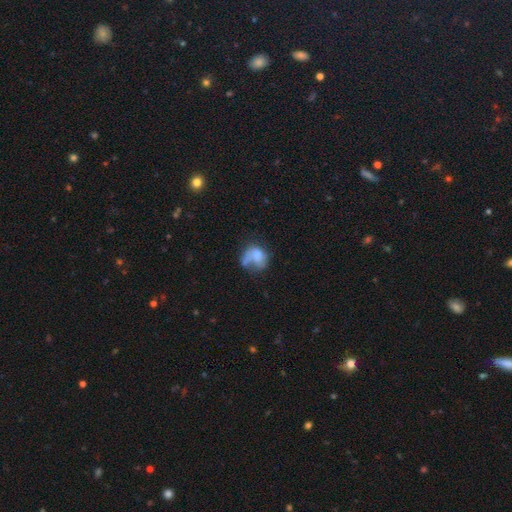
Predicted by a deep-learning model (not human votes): smooth-or-featured: smooth: 57% | featured or disk: 32% | star or artifact: 10%
  how-rounded: in between: 55% | round: 43% | cigar-shaped: 1%
  merging: major disturbance: 34% | none: 27% | minor disturbance: 22% | merger: 18%